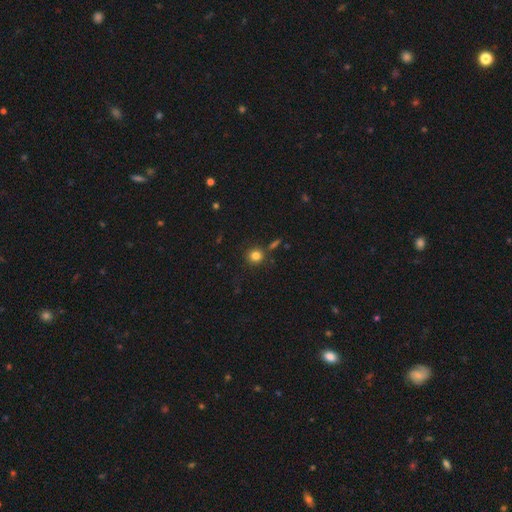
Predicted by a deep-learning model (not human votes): Morphology: type=smooth (82%); roundness=round (90%); merging=none (82%).